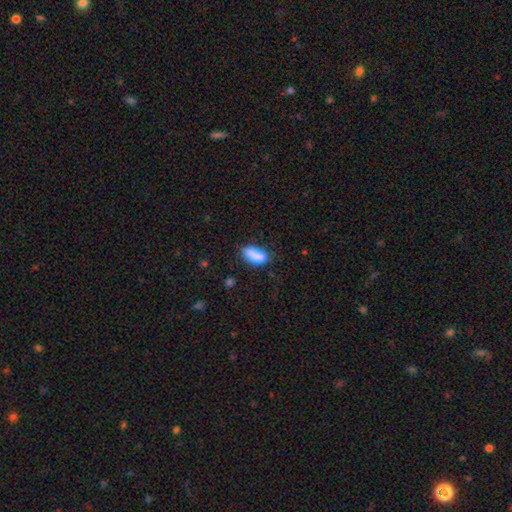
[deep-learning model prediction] The model was most divided on "merging": none: 54%, minor disturbance: 26%, merger: 11%, major disturbance: 9%. More confident: smooth or featured — smooth (81%); how rounded — in between (76%).